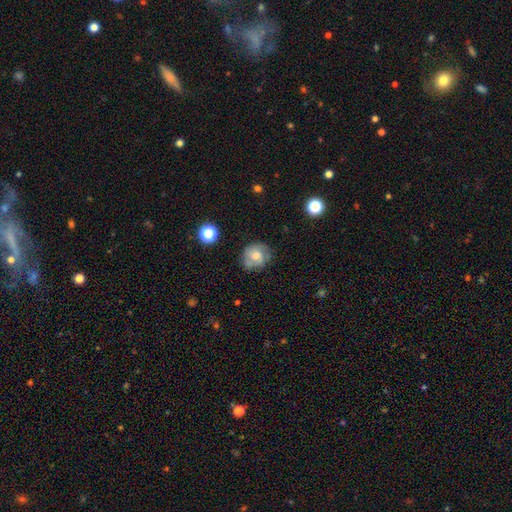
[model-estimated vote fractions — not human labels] Smooth or featured? Predicted: smooth (p=0.55). How rounded? Predicted: round (p=0.76). Merging? Predicted: none (p=0.62).